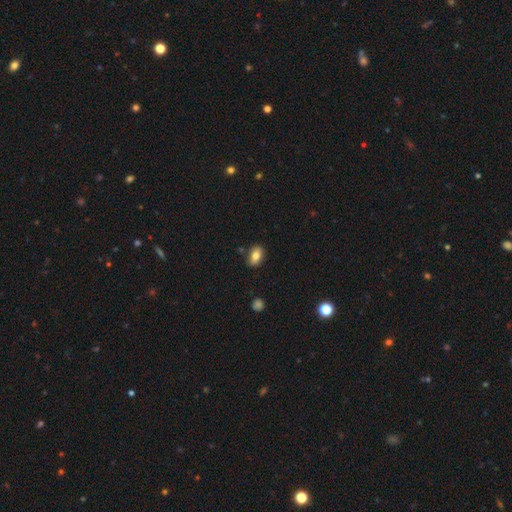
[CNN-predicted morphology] smooth-or-featured: smooth: 80% | featured or disk: 12% | star or artifact: 8%
  how-rounded: in between: 87% | round: 11% | cigar-shaped: 3%
  merging: none: 84% | minor disturbance: 11% | merger: 3% | major disturbance: 2%